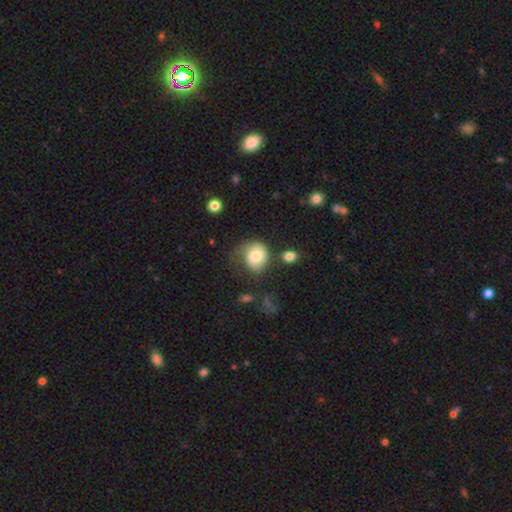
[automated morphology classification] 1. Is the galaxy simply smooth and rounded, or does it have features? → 54% smooth, 38% featured or disk, 8% star or artifact.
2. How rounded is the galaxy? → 68% round, 32% in between, 1% cigar-shaped.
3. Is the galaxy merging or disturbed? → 34% none, 32% major disturbance, 28% minor disturbance, 6% merger.